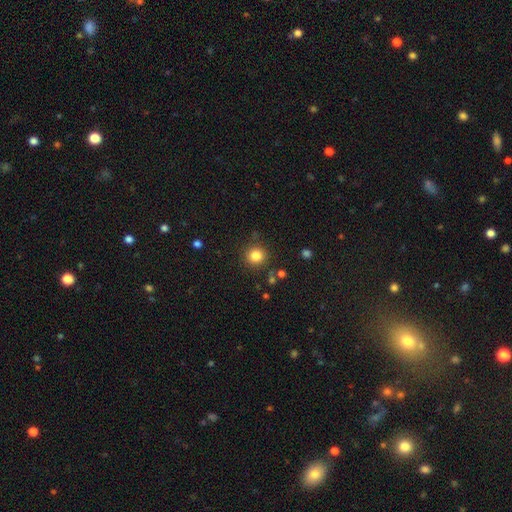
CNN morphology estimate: Smooth or featured: smooth — 83% (star or artifact — 12%)
How rounded: round — 92% (in between — 7%)
Merging: none — 86% (minor disturbance — 8%)